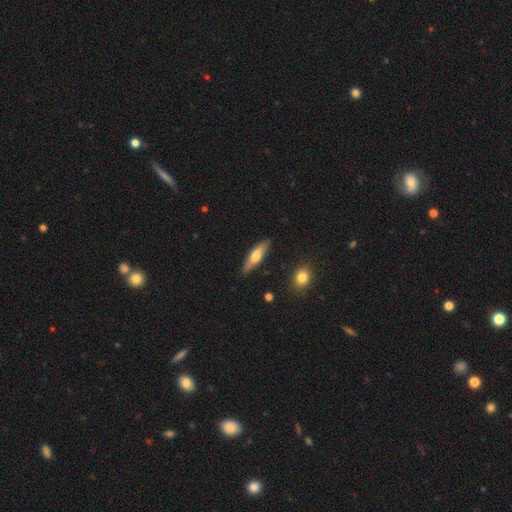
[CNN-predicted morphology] Overall: smooth (59%; featured or disk 35%). How rounded: cigar-shaped (66%; in between 32%). Merging: none (85%).